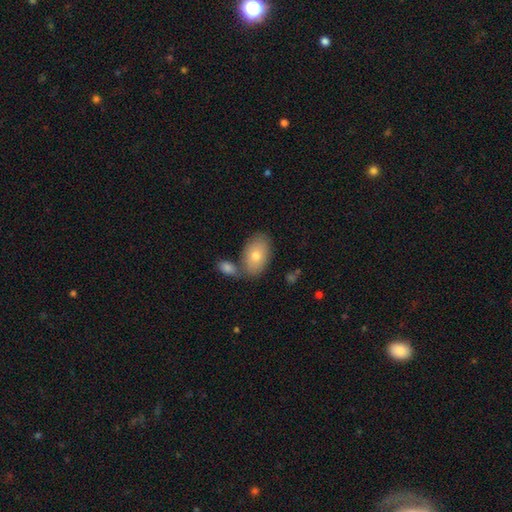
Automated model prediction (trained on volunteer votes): This is likely a smooth galaxy (74%). How rounded: clearly in between (90%). Merging: likely none (62%).